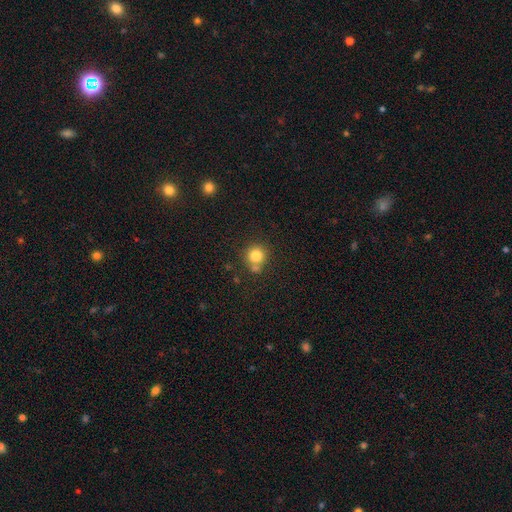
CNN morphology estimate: smooth_or_featured: smooth (p=0.81) [alt: star or artifact p=0.11]
how_rounded: round (p=0.92) [alt: in between p=0.08]
merging: none (p=0.66) [alt: merger p=0.20]